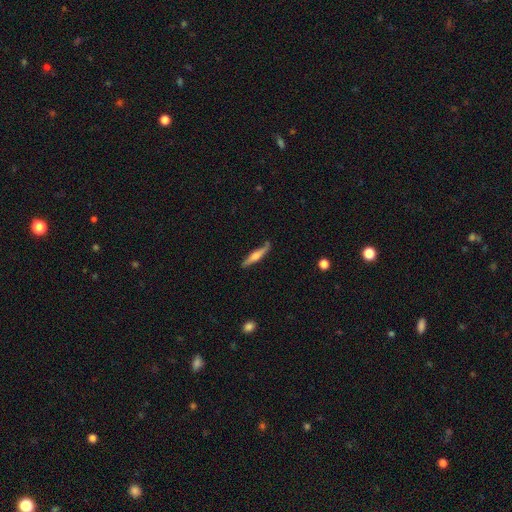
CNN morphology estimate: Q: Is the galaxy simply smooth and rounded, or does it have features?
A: featured or disk — 57%.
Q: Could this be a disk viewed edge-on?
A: yes — 95%.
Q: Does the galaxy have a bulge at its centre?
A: rounded — 81%.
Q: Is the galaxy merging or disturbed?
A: none — 81%.